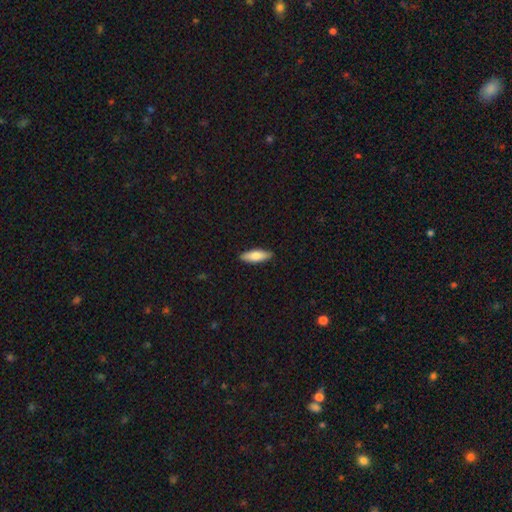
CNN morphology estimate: Smooth or featured: smooth — 81% (featured or disk — 14%)
How rounded: in between — 60% (cigar-shaped — 38%)
Merging: none — 88% (minor disturbance — 9%)